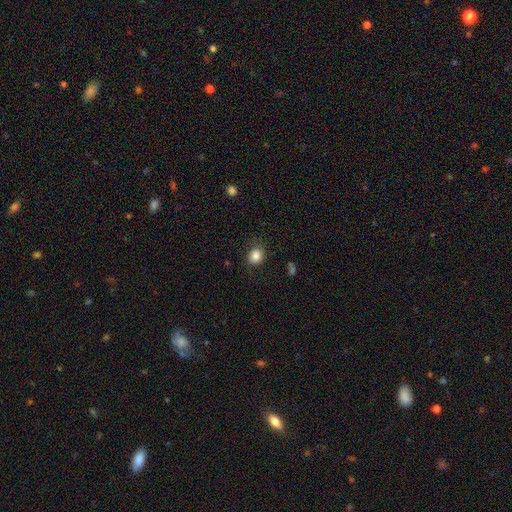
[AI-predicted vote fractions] Smooth or featured?
  - smooth: 85% *
  - star or artifact: 10%
  - featured or disk: 5%
How rounded?
  - round: 71% *
  - in between: 28%
  - cigar-shaped: 1%
Merging?
  - none: 82% *
  - minor disturbance: 13%
  - major disturbance: 4%
  - merger: 1%